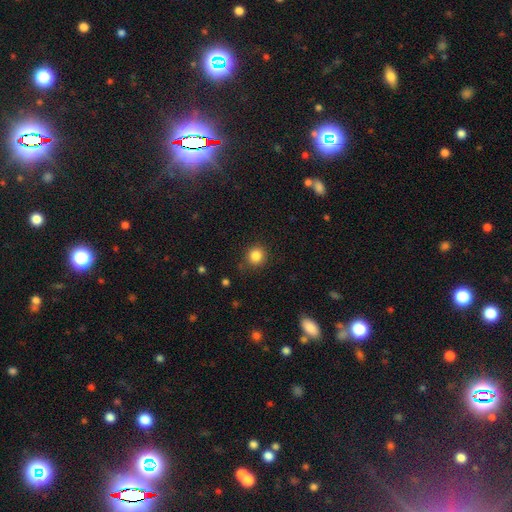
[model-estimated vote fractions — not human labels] smooth 85%, star or artifact 11%, featured or disk 4%. Down the decision tree: how rounded — round (91%); merging — none (86%).